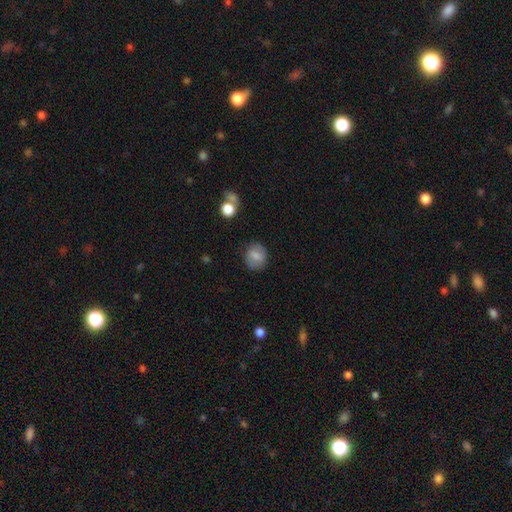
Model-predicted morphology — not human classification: Q: Smooth or featured?
A: smooth (71%); runner-up: featured or disk (21%)
Q: How rounded?
A: round (69%); runner-up: in between (29%)
Q: Merging?
A: none (82%); runner-up: minor disturbance (12%)